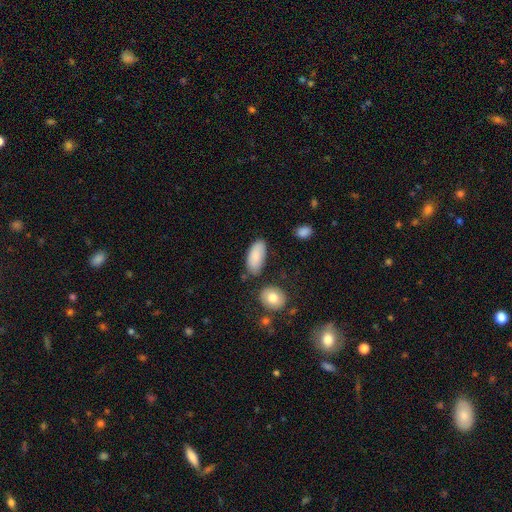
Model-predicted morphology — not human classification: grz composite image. It shows a smooth galaxy with no disk features (85%) that is in between round and cigar-shaped (89%). Merging: none (73%).